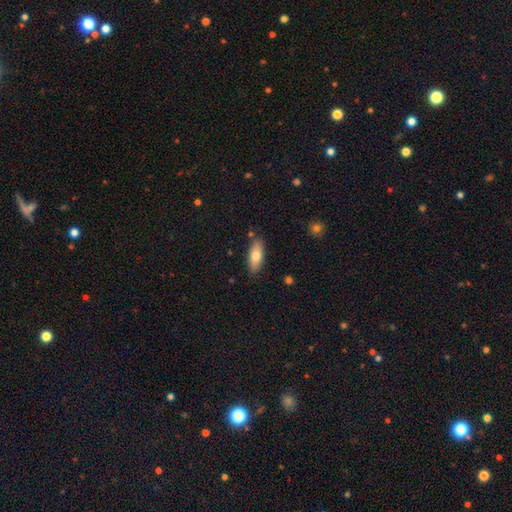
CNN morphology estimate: smooth 73%, featured or disk 20%, star or artifact 6%. Down the decision tree: how rounded — in between (79%); merging — none (84%).